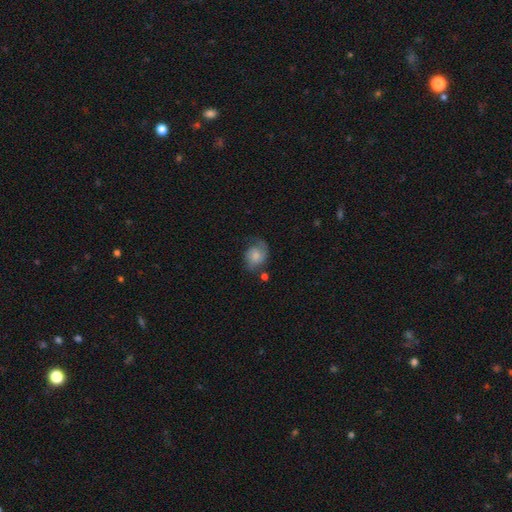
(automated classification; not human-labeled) Smooth or featured?
  - featured or disk: 49% *
  - smooth: 42%
  - star or artifact: 8%
Merging?
  - none: 52% *
  - minor disturbance: 27%
  - major disturbance: 16%
  - merger: 5%